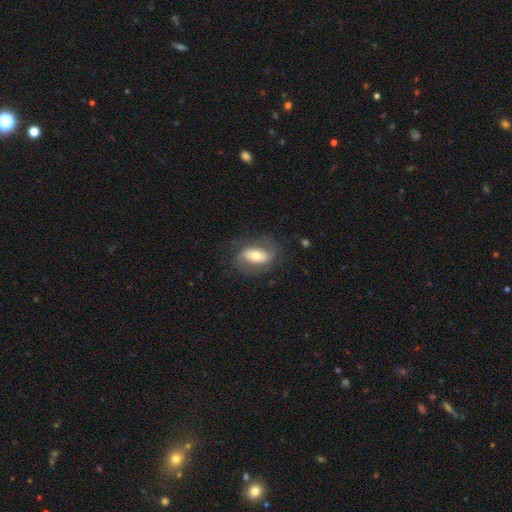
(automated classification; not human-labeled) A featured or disk galaxy (58%) with a strong bar (38%), spiral arms (76%) and a moderate central bulge (60%). Merging: none (69%).